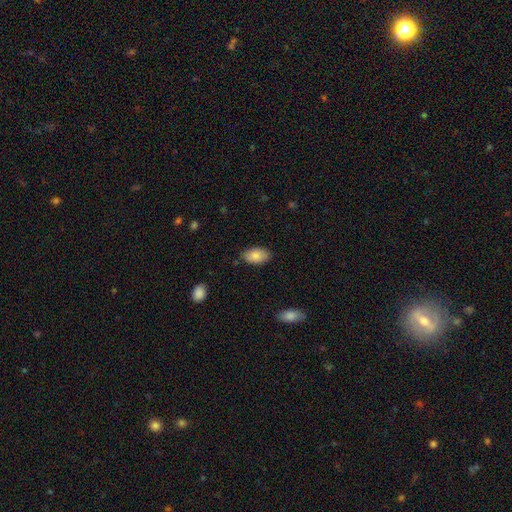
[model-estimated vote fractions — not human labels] Smooth or featured: smooth — 85% (featured or disk — 8%)
How rounded: in between — 94% (round — 4%)
Merging: none — 84% (minor disturbance — 13%)